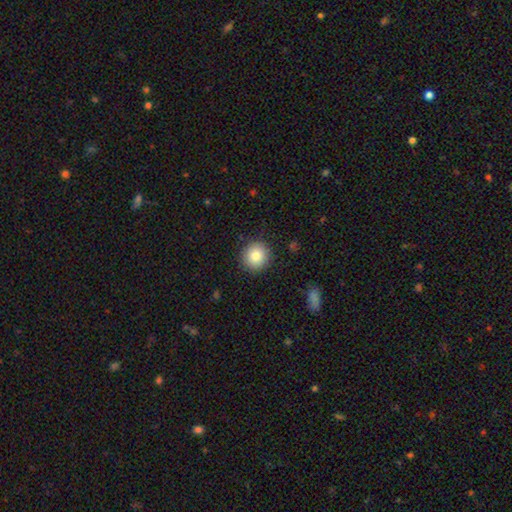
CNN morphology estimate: This is clearly a smooth galaxy (84%). How rounded: clearly round (92%). Merging: clearly none (90%).